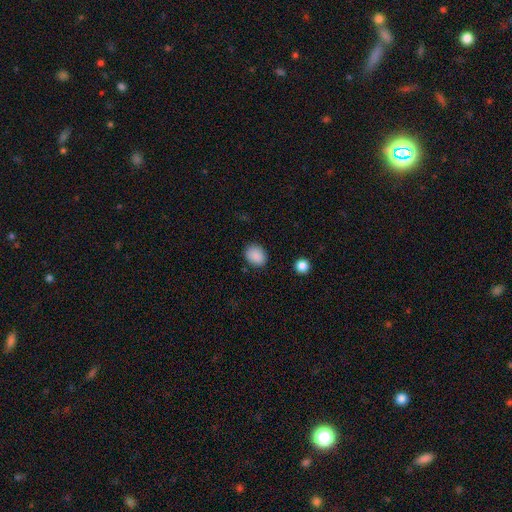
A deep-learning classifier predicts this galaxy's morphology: A smooth galaxy with no disk features (89%) that is in between round and cigar-shaped (53%).

Vote fractions:
- Smooth or featured? smooth: 89% / star or artifact: 8% / featured or disk: 3%
- How rounded? in between: 53% / round: 46% / cigar-shaped: 1%
- Merging? none: 86% / minor disturbance: 10% / major disturbance: 3% / merger: 1%